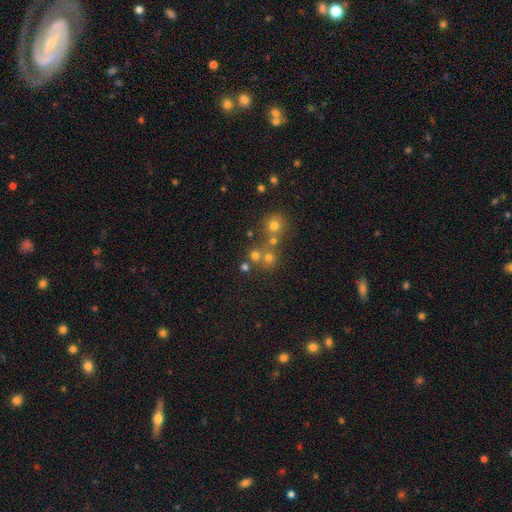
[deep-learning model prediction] smooth 64%, star or artifact 23%, featured or disk 13%. Down the decision tree: how rounded — round (88%); merging — none (56%).